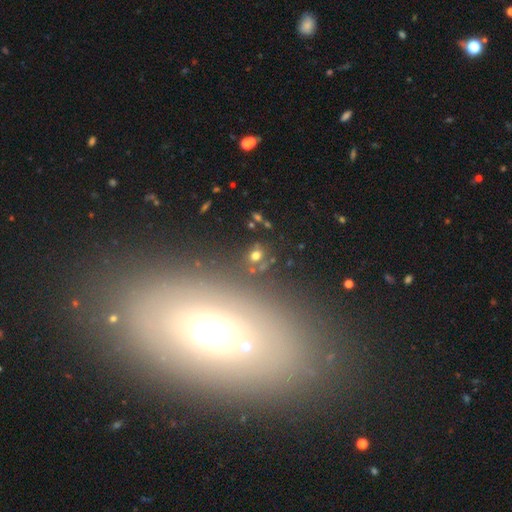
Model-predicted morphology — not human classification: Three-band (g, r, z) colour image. It shows a smooth galaxy with no disk features (65%) that is round (70%). Merging: none (79%).